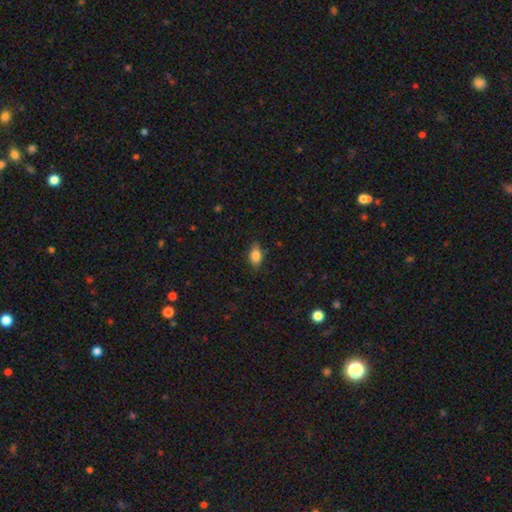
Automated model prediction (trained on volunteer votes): smooth-or-featured: smooth: 83% | featured or disk: 9% | star or artifact: 8%
  how-rounded: in between: 85% | round: 10% | cigar-shaped: 5%
  merging: none: 81% | minor disturbance: 15% | major disturbance: 3% | merger: 1%